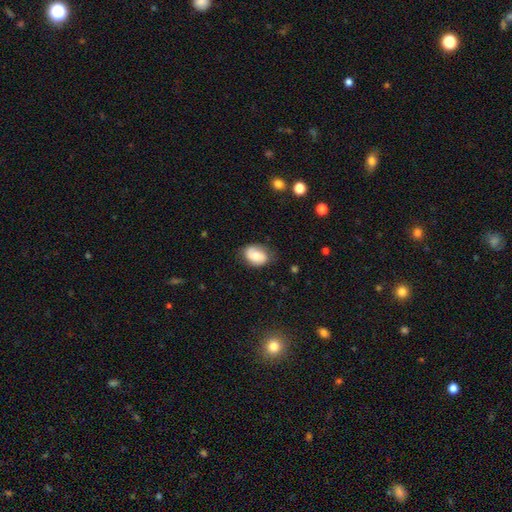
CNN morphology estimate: smooth 67%, featured or disk 25%, star or artifact 8%. Down the decision tree: how rounded — in between (78%); merging — none (72%).